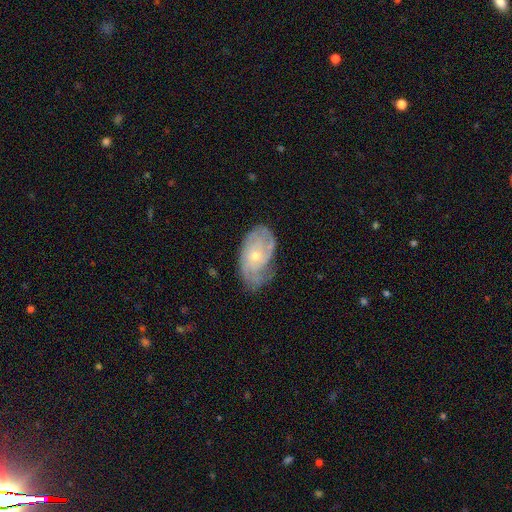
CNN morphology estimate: This appears to be a featured or disk galaxy (80%) with no bar (77%), tight (63%) spiral arms (93%) and a small central bulge (59%). Merging: none (65%).